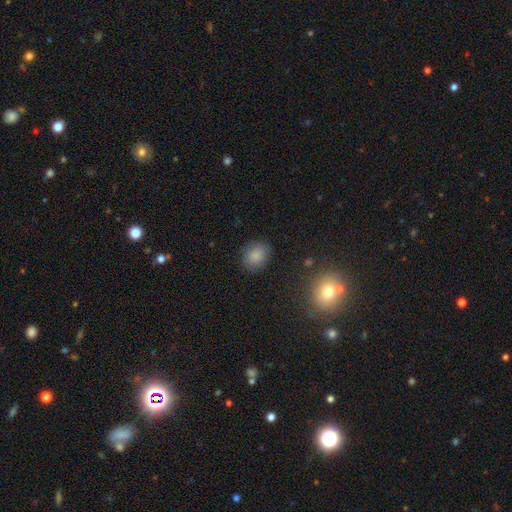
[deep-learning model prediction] Morphology: type=smooth (84%); roundness=round (56%); merging=none (83%).